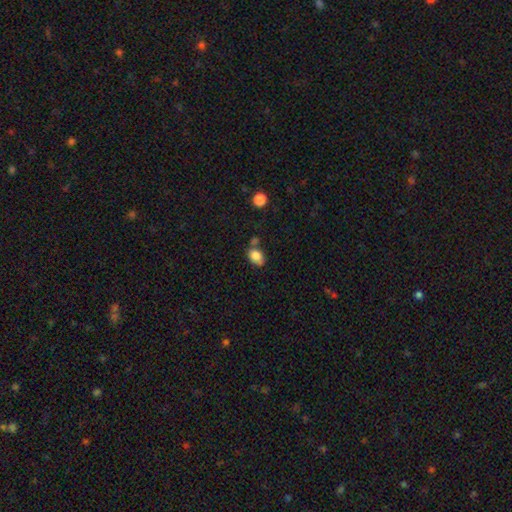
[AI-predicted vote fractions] Smooth or featured: smooth — 83% (star or artifact — 9%)
How rounded: in between — 74% (round — 25%)
Merging: none — 57% (minor disturbance — 20%)